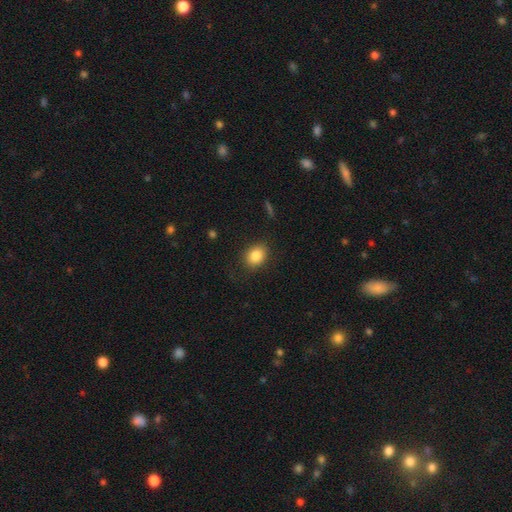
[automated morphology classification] Overall: smooth (84%). How rounded: in between (55%; round 44%). Merging: none (84%).